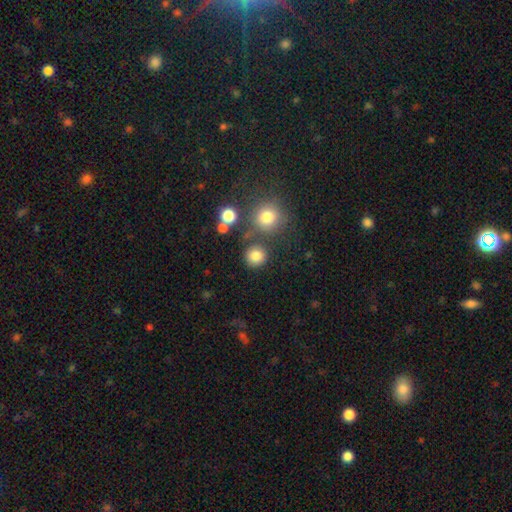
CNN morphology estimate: Smooth or featured? Predicted: smooth (p=0.82). How rounded? Predicted: round (p=0.92). Merging? Predicted: none (p=0.81).